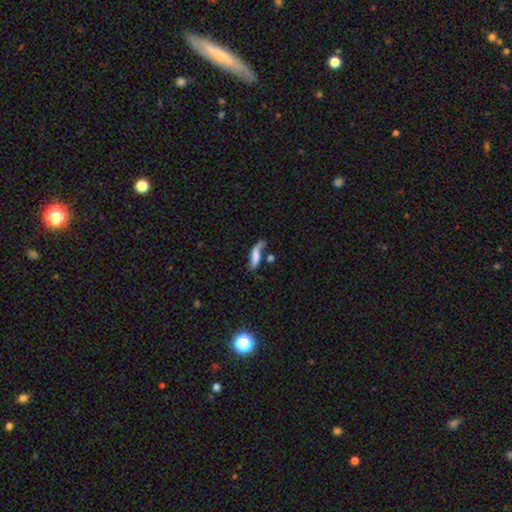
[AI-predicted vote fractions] Smooth or featured?
  - smooth: 49% *
  - featured or disk: 41%
  - star or artifact: 9%
Merging?
  - none: 39% *
  - minor disturbance: 21%
  - major disturbance: 20%
  - merger: 19%